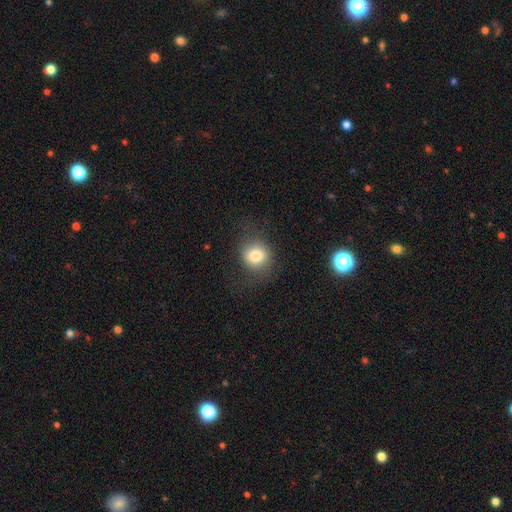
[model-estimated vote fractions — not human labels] Overall: smooth (79%). How rounded: round (73%). Merging: none (72%).